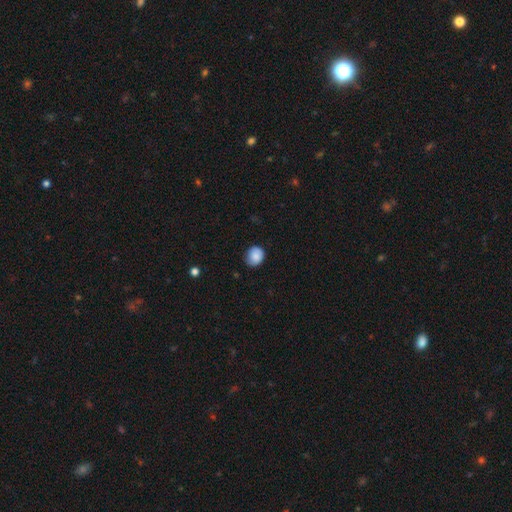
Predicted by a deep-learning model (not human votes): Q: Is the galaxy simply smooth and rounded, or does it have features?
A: smooth — 84%.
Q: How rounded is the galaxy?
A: round — 70%.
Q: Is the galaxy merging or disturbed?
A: none — 76%.